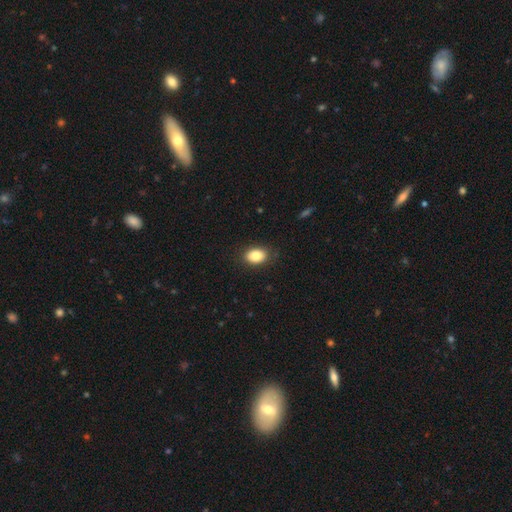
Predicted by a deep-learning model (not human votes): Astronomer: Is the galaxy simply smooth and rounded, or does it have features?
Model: smooth — 84%.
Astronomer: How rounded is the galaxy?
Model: in between — 81%.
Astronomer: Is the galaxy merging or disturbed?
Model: none — 86%.